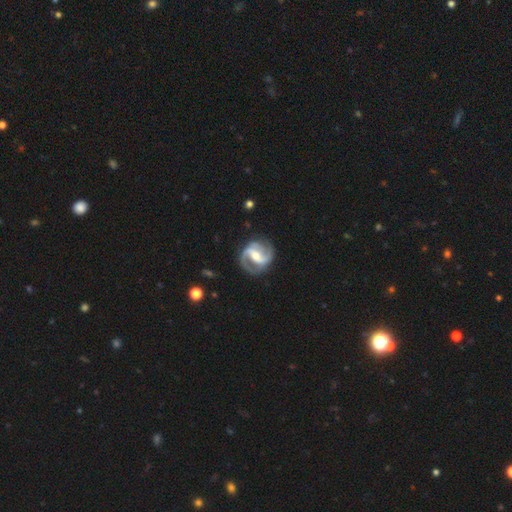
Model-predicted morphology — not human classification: type=featured or disk (89%); edge-on=no (98%); bar=strong (52%); spiral arms=yes (96%); winding=medium (53%); arm count=2 (91%); bulge=moderate (56%); merging=none (80%).